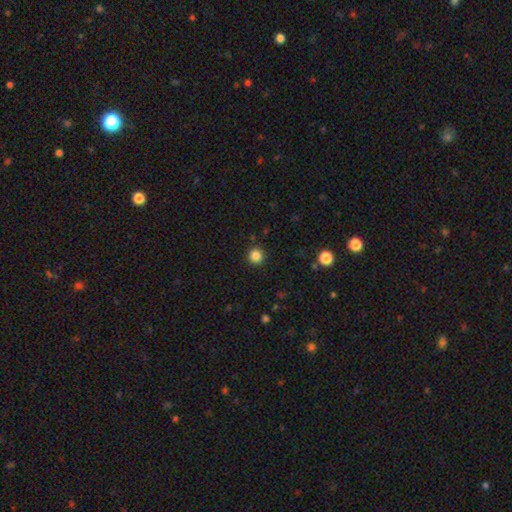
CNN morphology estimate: A smooth galaxy with no disk features (85%) that is round (96%).

Vote fractions:
- Smooth or featured? smooth: 85% / star or artifact: 12% / featured or disk: 3%
- How rounded? round: 96% / in between: 3% / cigar-shaped: 1%
- Merging? none: 92% / minor disturbance: 5% / major disturbance: 2% / merger: 1%